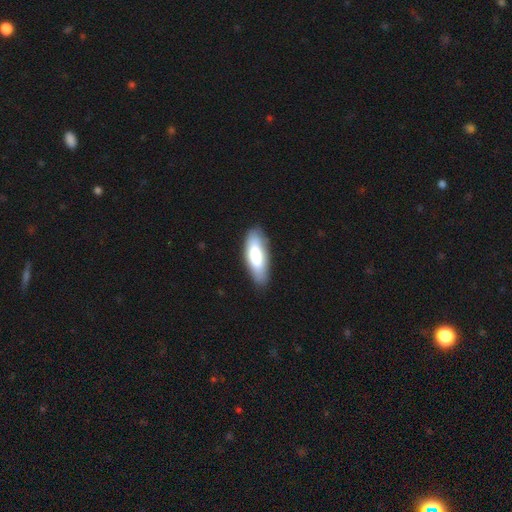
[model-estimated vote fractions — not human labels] smooth 78%, featured or disk 17%, star or artifact 6%. Down the decision tree: how rounded — in between (65%); merging — none (84%).